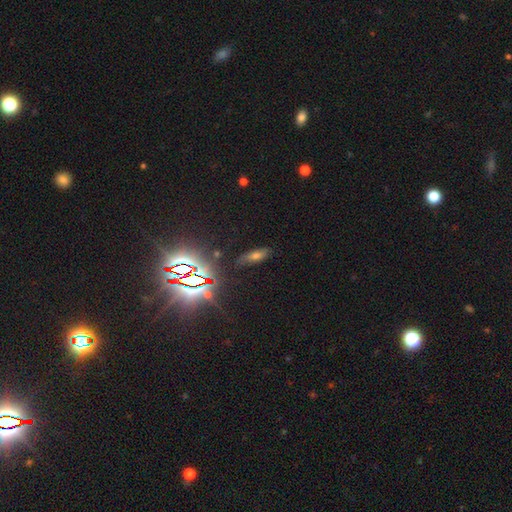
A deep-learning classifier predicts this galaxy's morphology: smooth 43%, star or artifact 37%, featured or disk 20%. Down the decision tree: merging — none (78%).